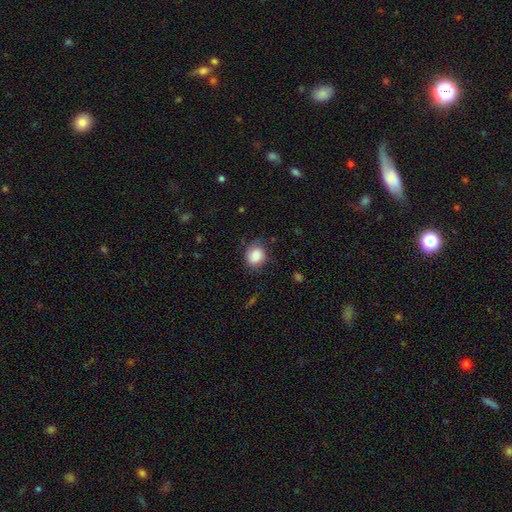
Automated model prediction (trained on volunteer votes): Smooth or featured: smooth — 78% (featured or disk — 13%)
How rounded: round — 60% (in between — 39%)
Merging: none — 61% (minor disturbance — 27%)